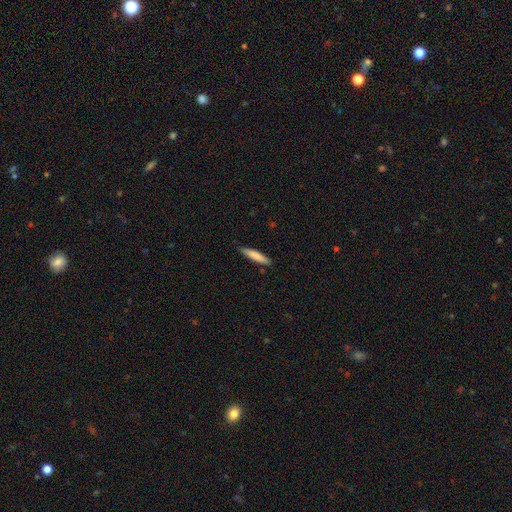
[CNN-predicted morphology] Smooth or featured? Predicted: smooth (p=0.80). How rounded? Predicted: cigar-shaped (p=0.89). Merging? Predicted: none (p=0.86).